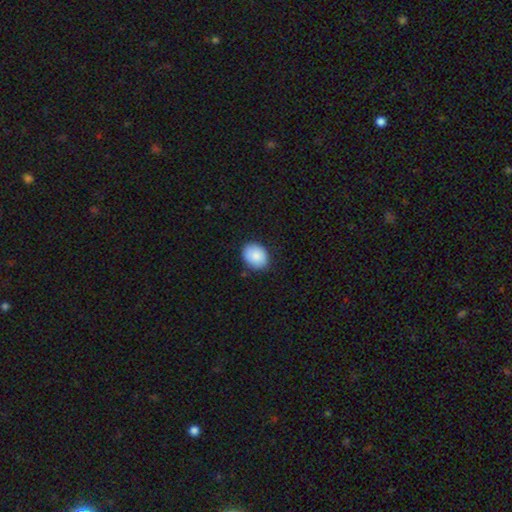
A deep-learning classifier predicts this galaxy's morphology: This appears to be a smooth galaxy with no disk features (87%) that is in between round and cigar-shaped (56%). Merging: none (84%).